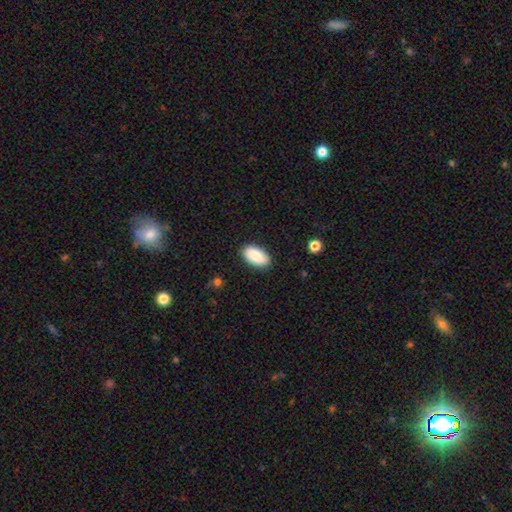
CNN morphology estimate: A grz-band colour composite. It shows a smooth galaxy with no disk features (84%) that is in between round and cigar-shaped (94%). Merging: none (86%).